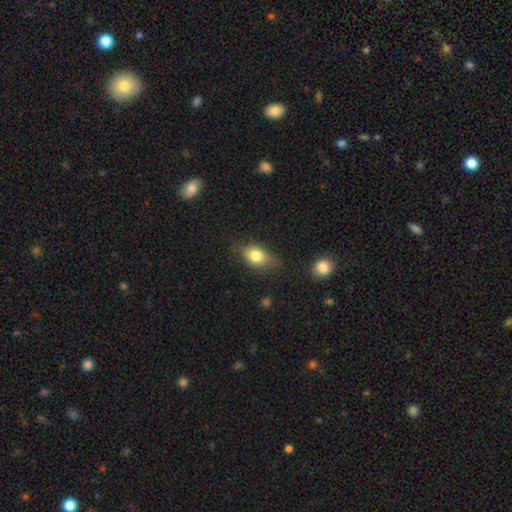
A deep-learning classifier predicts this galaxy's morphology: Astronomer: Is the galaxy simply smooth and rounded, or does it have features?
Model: smooth — 78%.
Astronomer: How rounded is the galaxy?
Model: in between — 73%.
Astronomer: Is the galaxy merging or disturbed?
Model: none — 66%.